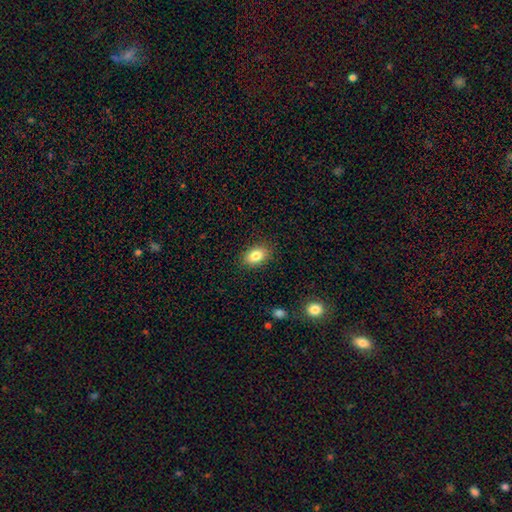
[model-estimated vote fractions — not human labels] Overall: smooth (83%). How rounded: in between (84%). Merging: none (88%).